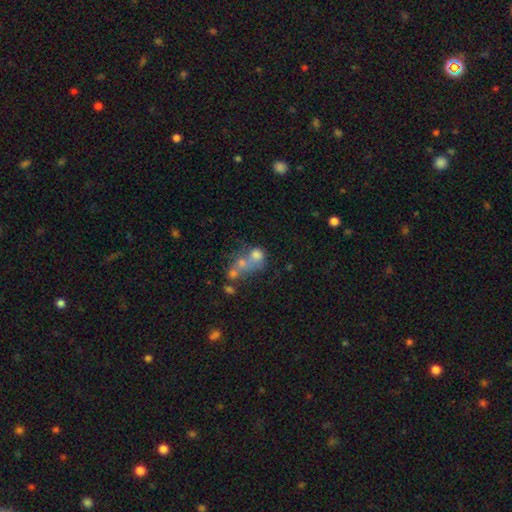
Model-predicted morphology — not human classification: Smooth or featured: smooth — 59% (featured or disk — 27%)
How rounded: round — 55% (in between — 43%)
Merging: merger — 62% (none — 21%)